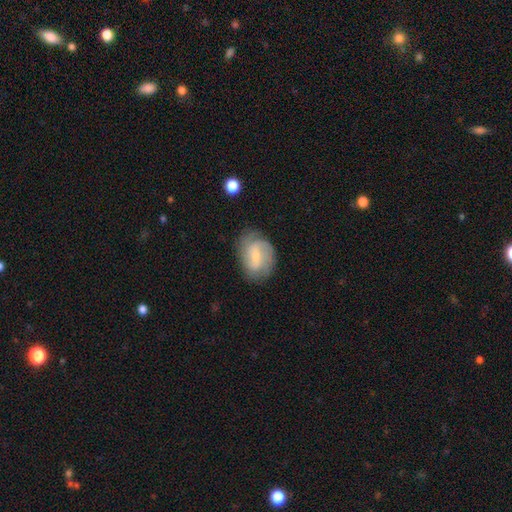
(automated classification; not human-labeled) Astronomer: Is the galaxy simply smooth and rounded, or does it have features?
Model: featured or disk — 62%.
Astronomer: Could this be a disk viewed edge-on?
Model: no — 97%.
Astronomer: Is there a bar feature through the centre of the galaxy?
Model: weak — 54%.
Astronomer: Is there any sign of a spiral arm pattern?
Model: yes — 87%.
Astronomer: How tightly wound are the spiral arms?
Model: medium — 43% (runner-up: tight, 32%).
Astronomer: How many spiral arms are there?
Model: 2 — 53%.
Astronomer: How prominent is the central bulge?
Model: small — 57% (runner-up: moderate, 36%).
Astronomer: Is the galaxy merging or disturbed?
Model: none — 69%.